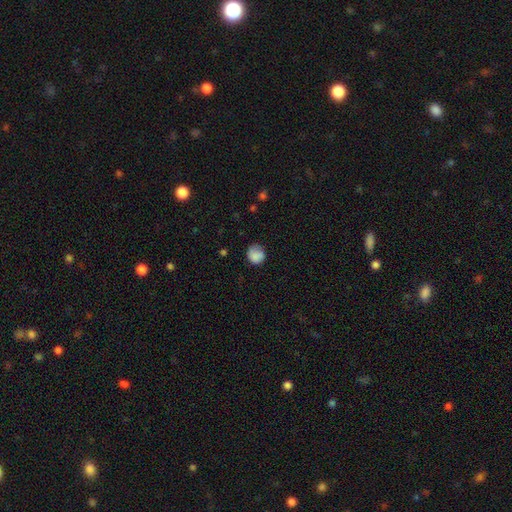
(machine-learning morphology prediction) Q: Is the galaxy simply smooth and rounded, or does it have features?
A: smooth — 84%.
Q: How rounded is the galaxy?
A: round — 80%.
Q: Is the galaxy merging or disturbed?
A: none — 64%.